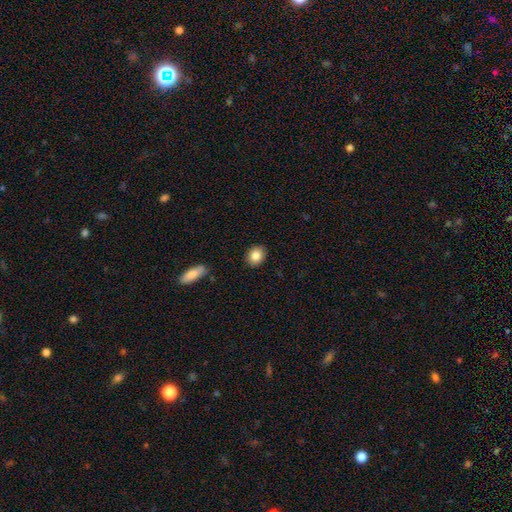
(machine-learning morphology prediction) Smooth or featured: smooth — 85% (star or artifact — 8%)
How rounded: round — 54% (in between — 44%)
Merging: none — 89% (minor disturbance — 8%)